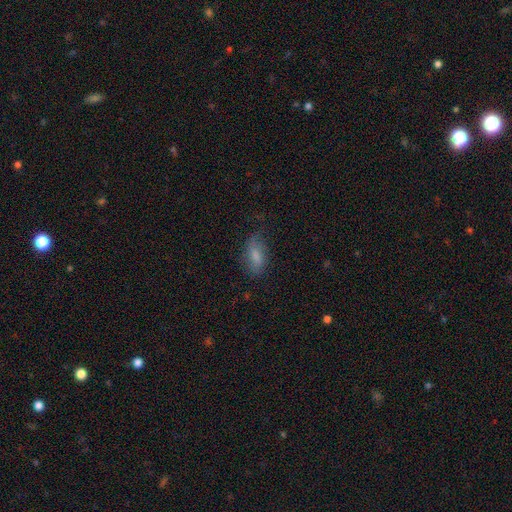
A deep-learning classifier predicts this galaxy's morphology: Overall: smooth (72%). How rounded: in between (87%). Merging: none (61%; minor disturbance 26%).